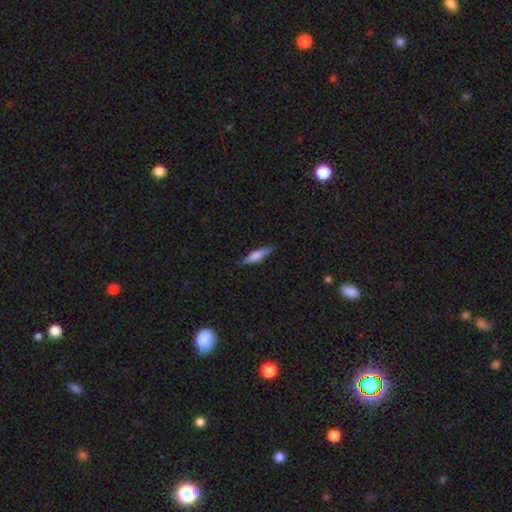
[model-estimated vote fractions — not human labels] smooth 70%, featured or disk 24%, star or artifact 6%. Down the decision tree: how rounded — cigar-shaped (72%); merging — none (81%).